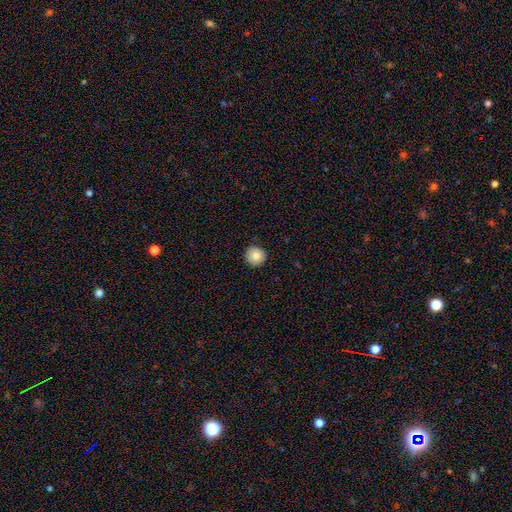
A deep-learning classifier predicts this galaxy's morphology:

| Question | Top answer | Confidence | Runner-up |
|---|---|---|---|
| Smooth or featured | smooth | 86% | star or artifact (8%) |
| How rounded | round | 95% | in between (4%) |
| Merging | none | 91% | minor disturbance (6%) |